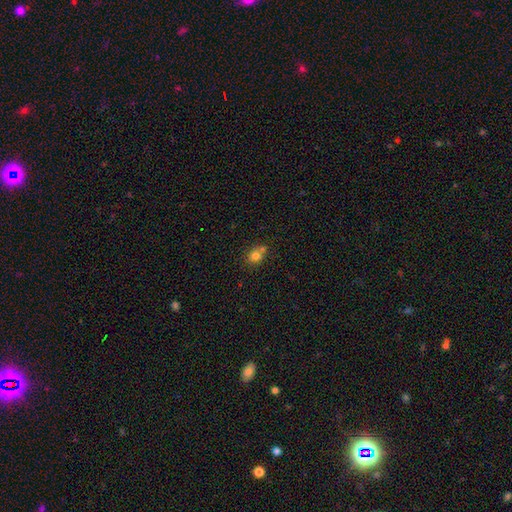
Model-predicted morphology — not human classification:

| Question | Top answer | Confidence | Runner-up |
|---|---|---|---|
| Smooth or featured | smooth | 78% | star or artifact (13%) |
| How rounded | round | 72% | in between (27%) |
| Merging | none | 53% | merger (32%) |